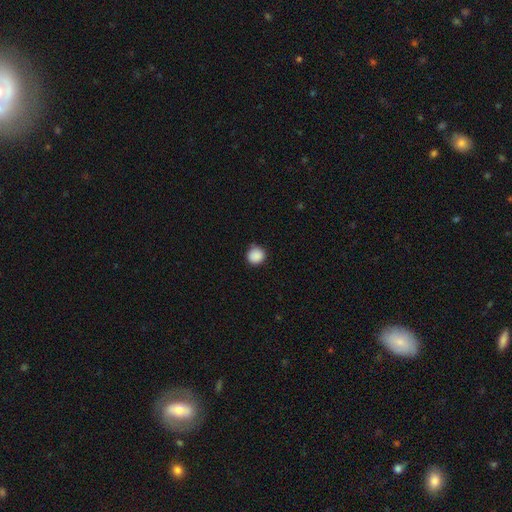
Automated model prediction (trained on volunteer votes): Smooth or featured?
  - smooth: 89% *
  - star or artifact: 9%
  - featured or disk: 3%
How rounded?
  - round: 91% *
  - in between: 8%
  - cigar-shaped: 1%
Merging?
  - none: 83% *
  - minor disturbance: 13%
  - major disturbance: 2%
  - merger: 1%